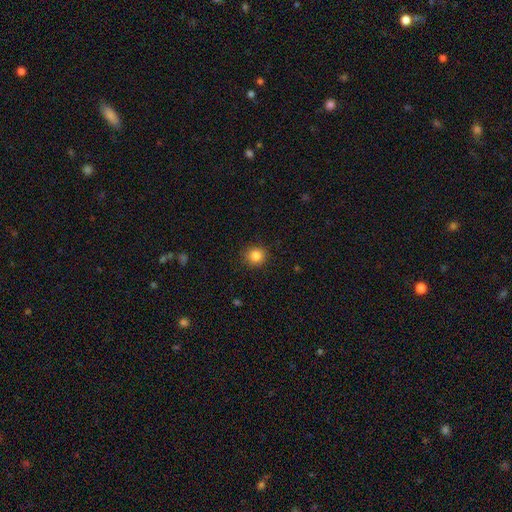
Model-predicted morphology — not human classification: This is clearly a smooth galaxy (84%). How rounded: clearly round (91%). Merging: clearly none (91%).